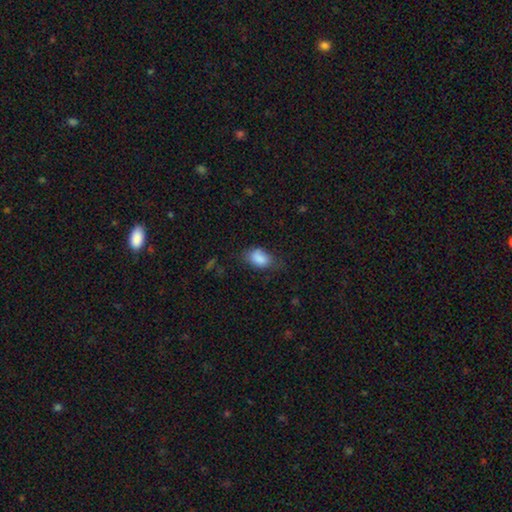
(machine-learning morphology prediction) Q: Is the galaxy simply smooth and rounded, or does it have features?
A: smooth — 85%.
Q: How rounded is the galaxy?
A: in between — 82%.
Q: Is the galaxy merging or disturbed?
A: none — 61%.